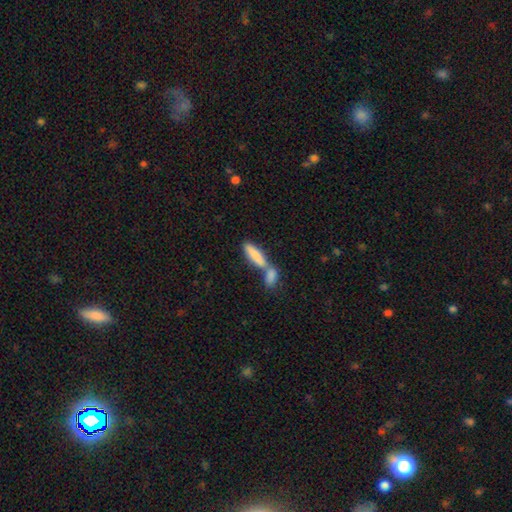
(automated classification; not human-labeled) This appears to be a smooth galaxy with no disk features (81%) that is cigar-shaped (54%). Merging: merger (58%).